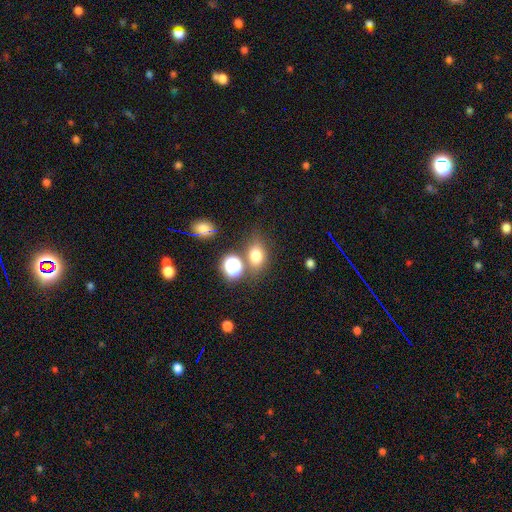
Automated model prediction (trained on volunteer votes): This appears to be a smooth galaxy with no disk features (73%) that is in between round and cigar-shaped (63%). Merging: none (66%).